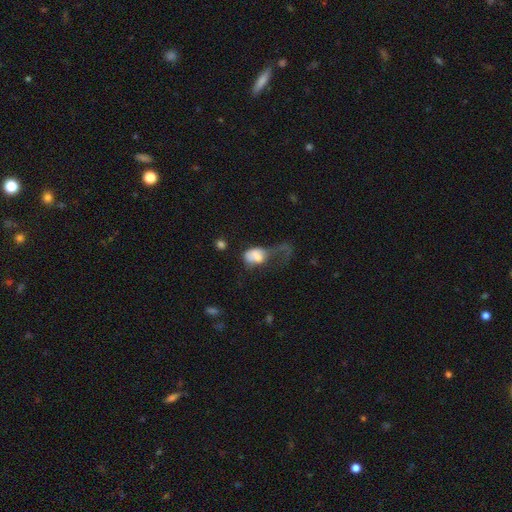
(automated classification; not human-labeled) smooth-or-featured: smooth: 66% | featured or disk: 25% | star or artifact: 10%
  how-rounded: in between: 78% | round: 20% | cigar-shaped: 2%
  merging: major disturbance: 62% | minor disturbance: 13% | merger: 13% | none: 12%